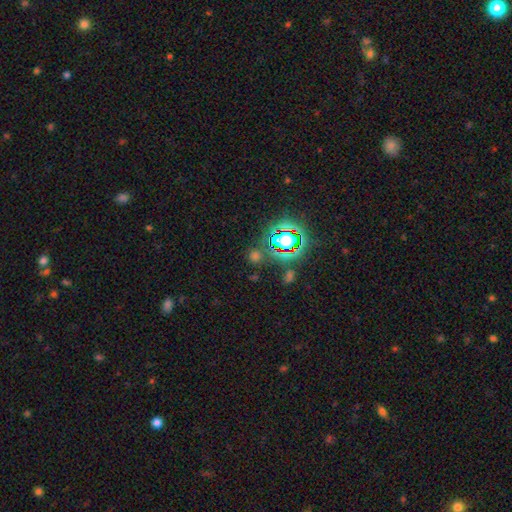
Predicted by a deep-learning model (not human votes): star or artifact 53%, smooth 39%, featured or disk 8%.